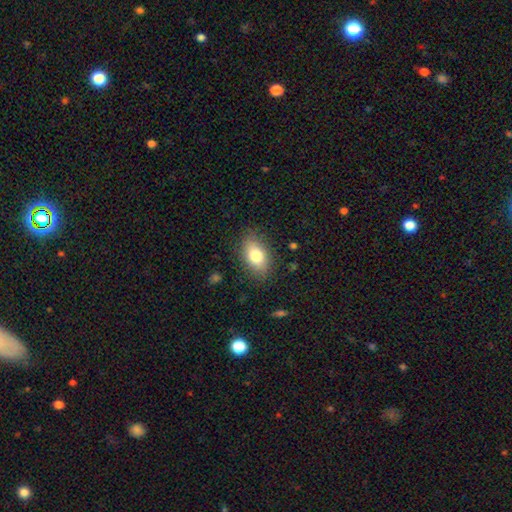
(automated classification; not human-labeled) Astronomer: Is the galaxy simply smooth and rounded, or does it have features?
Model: smooth — 78%.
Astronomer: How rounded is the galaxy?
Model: in between — 87%.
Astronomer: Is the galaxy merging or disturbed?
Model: none — 83%.